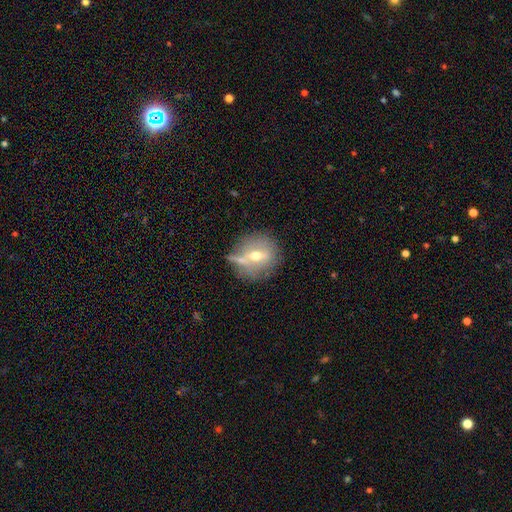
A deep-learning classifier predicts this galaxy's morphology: Smooth or featured? featured or disk (45%)
Merging? none (64%)